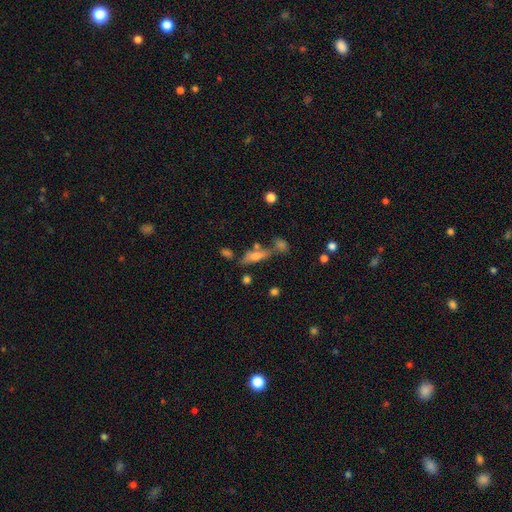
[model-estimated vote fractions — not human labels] Smooth or featured: smooth — 57% (featured or disk — 32%)
How rounded: cigar-shaped — 57% (in between — 39%)
Merging: none — 55% (merger — 22%)